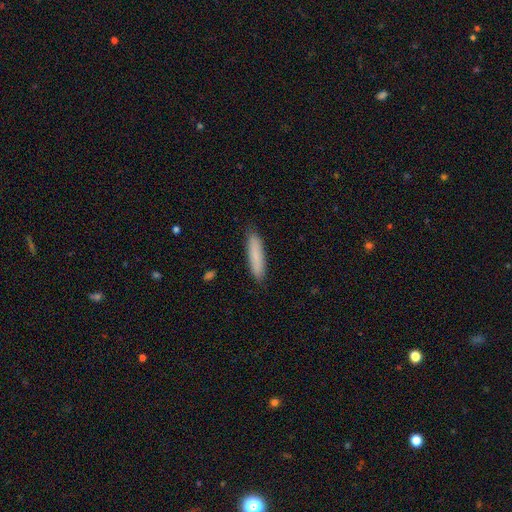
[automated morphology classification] smooth-or-featured: smooth: 84% | featured or disk: 10% | star or artifact: 6%
  how-rounded: cigar-shaped: 85% | in between: 14% | round: 1%
  merging: none: 88% | minor disturbance: 9% | major disturbance: 2% | merger: 1%